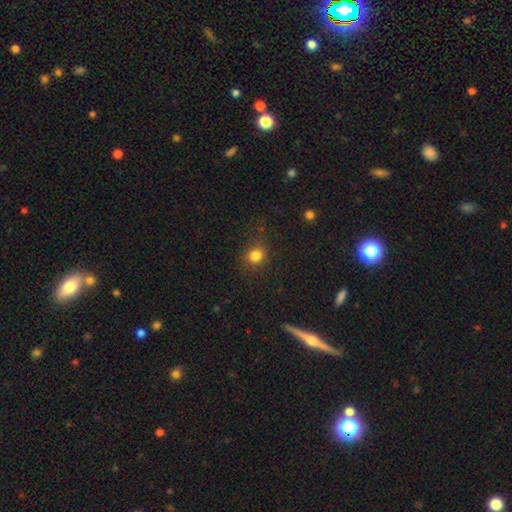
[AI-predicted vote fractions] Overall: smooth (82%). How rounded: round (72%). Merging: none (80%).